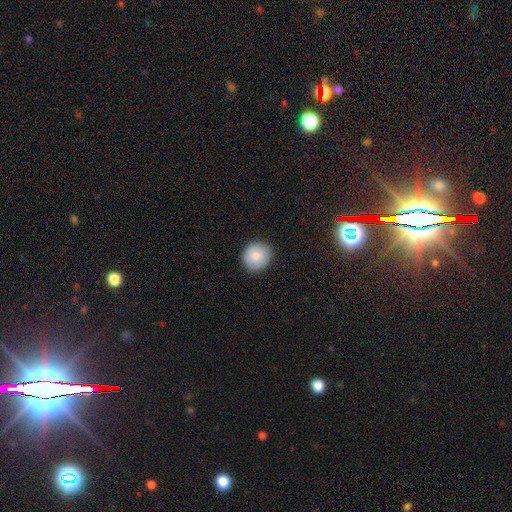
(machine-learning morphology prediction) smooth-or-featured: smooth: 86% | star or artifact: 7% | featured or disk: 7%
  how-rounded: round: 89% | in between: 10% | cigar-shaped: 1%
  merging: none: 89% | minor disturbance: 8% | major disturbance: 2% | merger: 1%